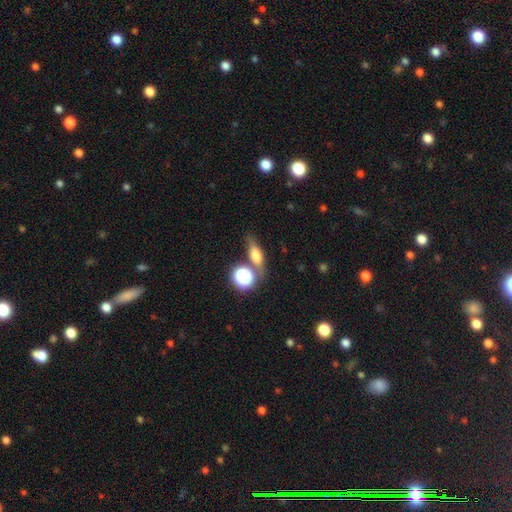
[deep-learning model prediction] smooth-or-featured: smooth: 63% | featured or disk: 22% | star or artifact: 15%
  how-rounded: in between: 50% | cigar-shaped: 27% | round: 23%
  merging: none: 62% | merger: 18% | minor disturbance: 14% | major disturbance: 6%